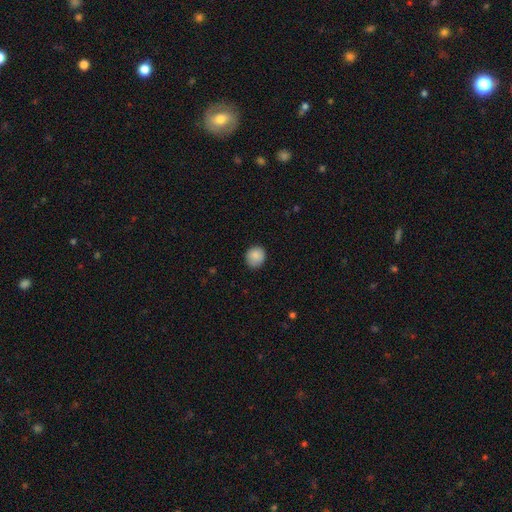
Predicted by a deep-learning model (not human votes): smooth-or-featured: smooth: 87% | star or artifact: 8% | featured or disk: 5%
  how-rounded: round: 85% | in between: 14% | cigar-shaped: 1%
  merging: none: 84% | minor disturbance: 13% | major disturbance: 2% | merger: 1%